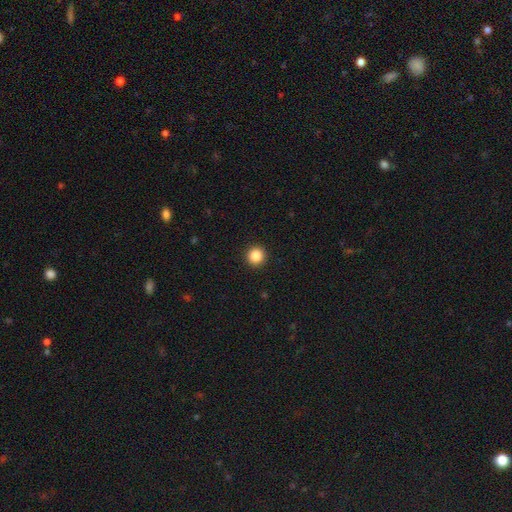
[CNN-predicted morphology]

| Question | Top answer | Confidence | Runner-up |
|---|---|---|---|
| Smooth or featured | smooth | 86% | star or artifact (10%) |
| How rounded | round | 95% | in between (4%) |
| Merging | none | 93% | minor disturbance (4%) |